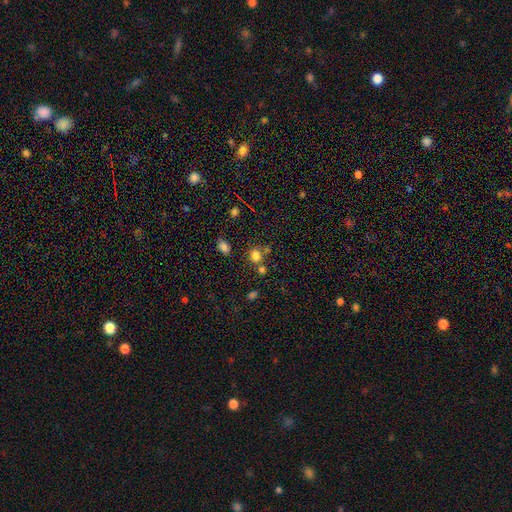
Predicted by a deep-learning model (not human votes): This is likely a smooth galaxy (76%). How rounded: likely round (70%). Merging: possibly none (60%).